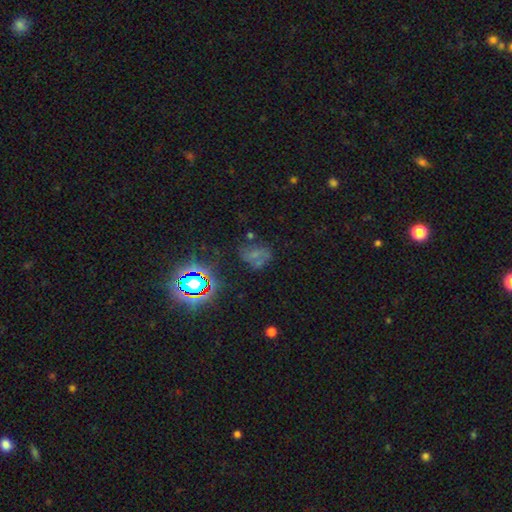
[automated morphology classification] Q: Smooth or featured?
A: smooth (39%); runner-up: star or artifact (36%)
Q: Merging?
A: none (55%); runner-up: minor disturbance (21%)